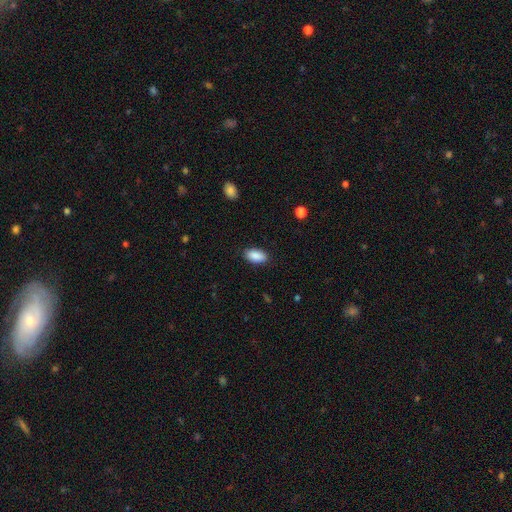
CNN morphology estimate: Smooth or featured? Predicted: smooth (p=0.90). How rounded? Predicted: in between (p=0.94). Merging? Predicted: none (p=0.87).